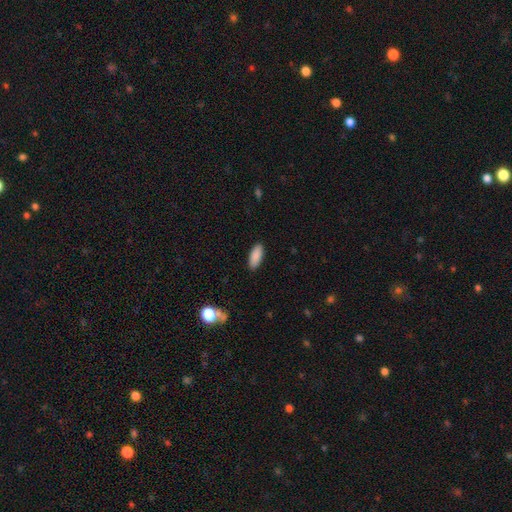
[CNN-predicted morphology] A smooth galaxy with no disk features (89%) that is in between round and cigar-shaped (79%). Merging: none (89%).